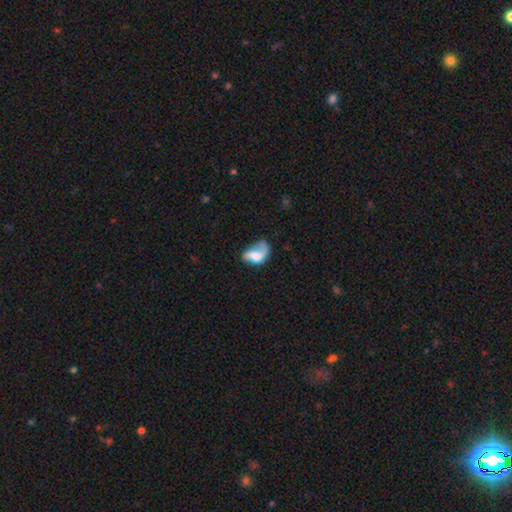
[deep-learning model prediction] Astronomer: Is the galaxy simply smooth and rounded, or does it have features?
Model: featured or disk — 50% (runner-up: smooth, 42%).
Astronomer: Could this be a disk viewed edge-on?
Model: no — 97%.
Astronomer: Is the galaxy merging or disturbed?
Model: major disturbance — 37% (runner-up: none, 31%).